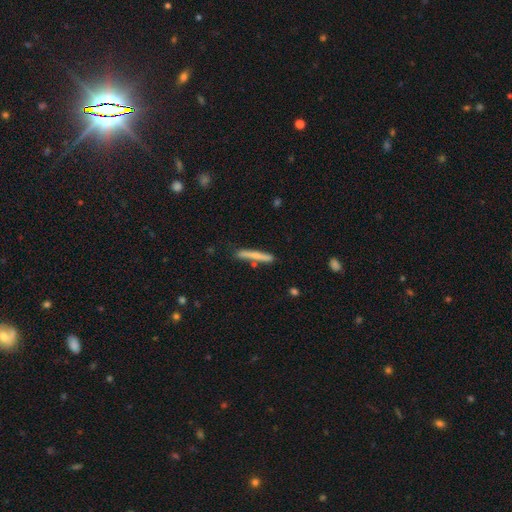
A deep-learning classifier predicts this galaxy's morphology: Smooth or featured: smooth — 63% (featured or disk — 31%)
How rounded: cigar-shaped — 95% (in between — 3%)
Merging: none — 79% (minor disturbance — 14%)